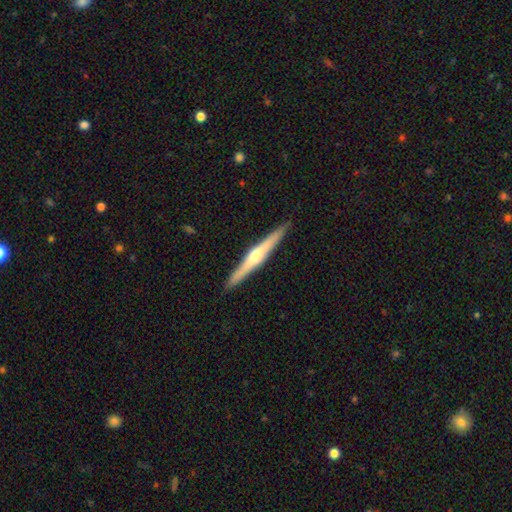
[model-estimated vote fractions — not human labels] smooth_or_featured: featured or disk (p=0.72) [alt: smooth p=0.23]
disk_edge_on: yes (p=0.98) [alt: no p=0.02]
edge_on_bulge: rounded (p=0.86) [alt: none p=0.09]
merging: none (p=0.92) [alt: minor disturbance p=0.06]